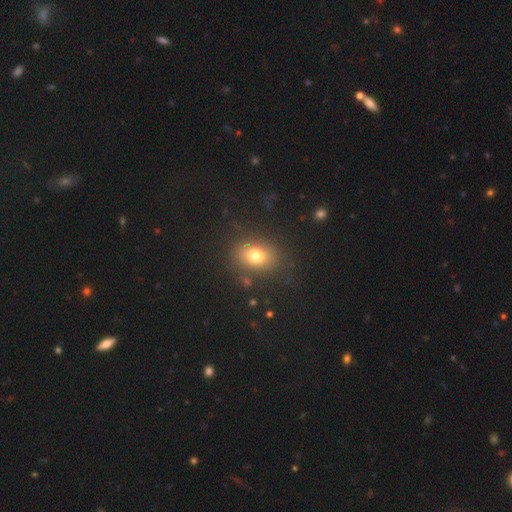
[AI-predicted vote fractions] This is likely a smooth galaxy (74%). How rounded: possibly in between (60%). Merging: clearly none (81%).